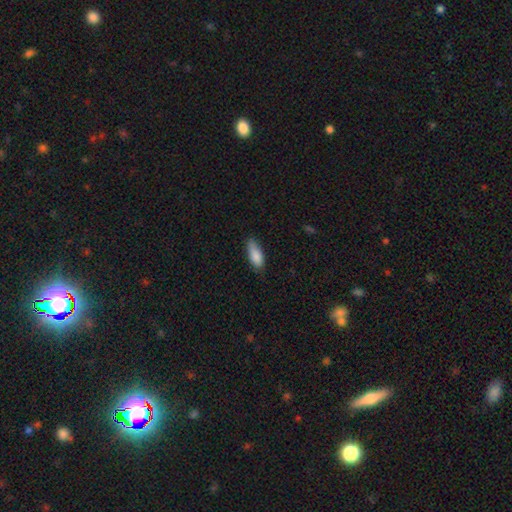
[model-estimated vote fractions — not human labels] Morphology: type=smooth (86%); roundness=in between (75%); merging=none (64%).